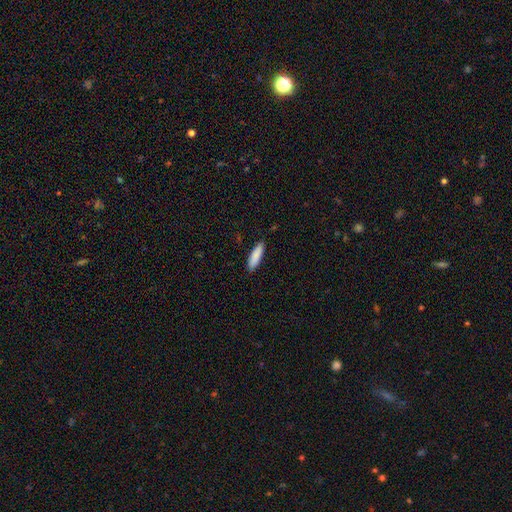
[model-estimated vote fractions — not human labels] Smooth or featured? smooth (88%)
How rounded? cigar-shaped (63%)
Merging? none (88%)